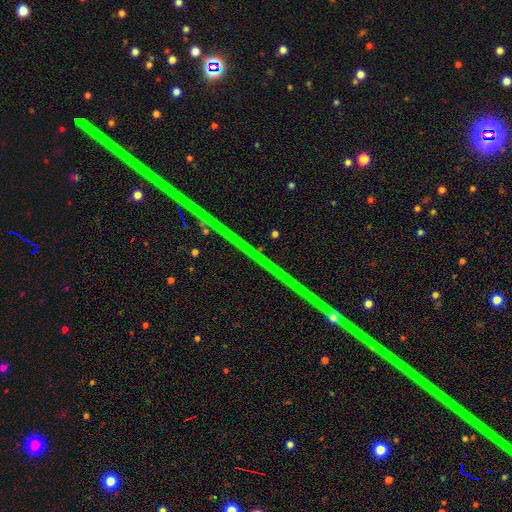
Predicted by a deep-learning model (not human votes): Smooth or featured? star or artifact (79%)